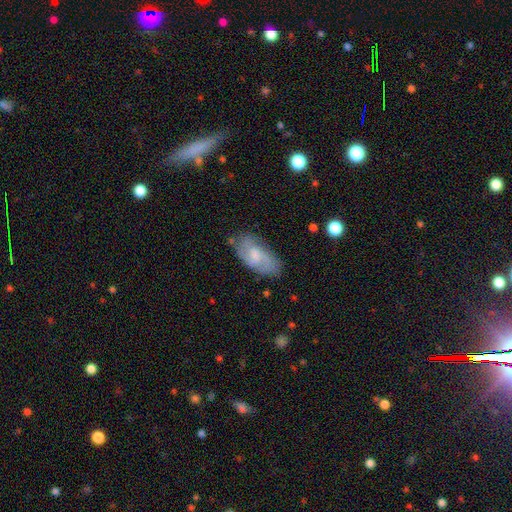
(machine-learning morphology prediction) Smooth or featured: featured or disk — 55% (smooth — 39%)
Edge-on disk: no — 93% (yes — 7%)
Bar: no — 49% (weak — 44%)
Spiral arms: yes — 82% (no — 18%)
Bulge size: moderate — 40% (small — 37%)
Merging: none — 68% (minor disturbance — 23%)